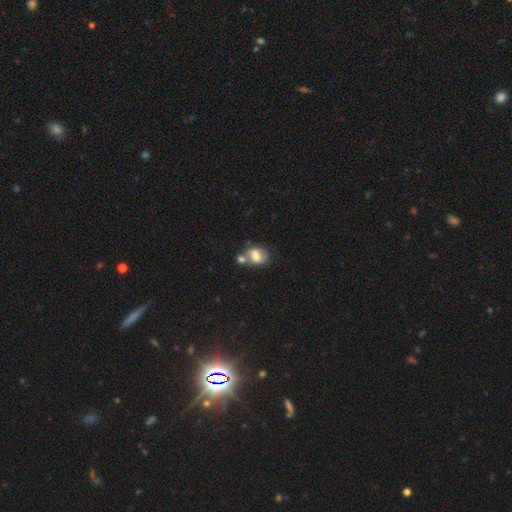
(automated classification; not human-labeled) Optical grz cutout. It shows a smooth galaxy with no disk features (56%) that is in between round and cigar-shaped (61%). Merging: none (41%).